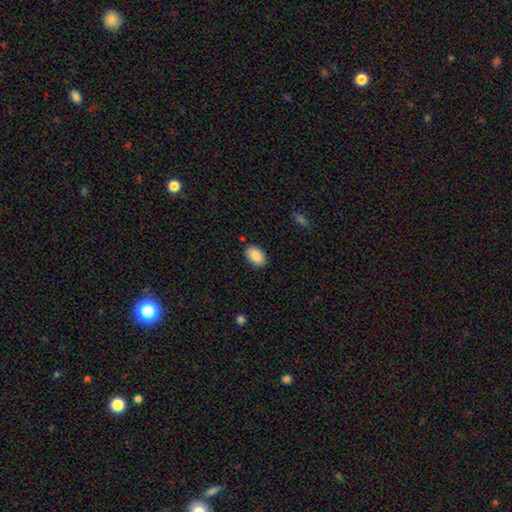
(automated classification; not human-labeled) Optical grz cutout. It shows a smooth galaxy with no disk features (88%) that is in between round and cigar-shaped (90%). Merging: none (87%).